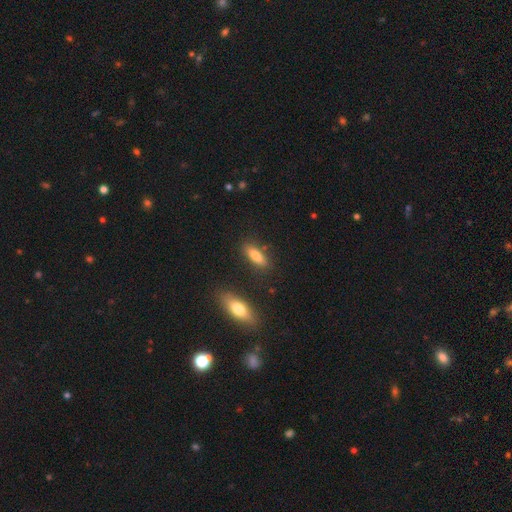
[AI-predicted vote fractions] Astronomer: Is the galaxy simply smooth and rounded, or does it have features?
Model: smooth — 77%.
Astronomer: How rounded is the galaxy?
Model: in between — 61% (runner-up: cigar-shaped, 36%).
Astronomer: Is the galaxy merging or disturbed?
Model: none — 82%.